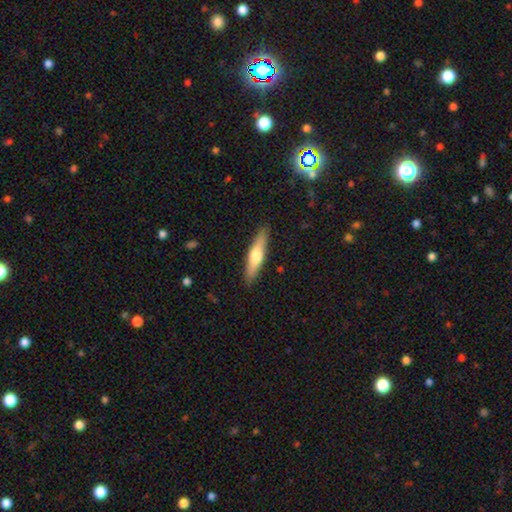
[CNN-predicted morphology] A smooth galaxy with no disk features (55%) that is cigar-shaped (80%). Merging: none (89%).